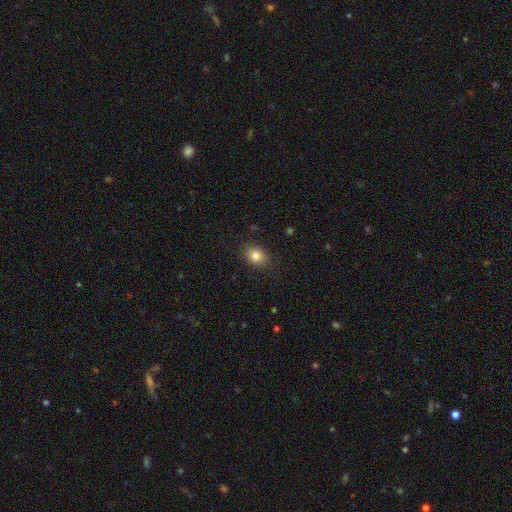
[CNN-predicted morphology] The model was most divided on "how rounded": in between: 55%, round: 44%, cigar-shaped: 1%. More confident: merging — none (85%); smooth or featured — smooth (83%).